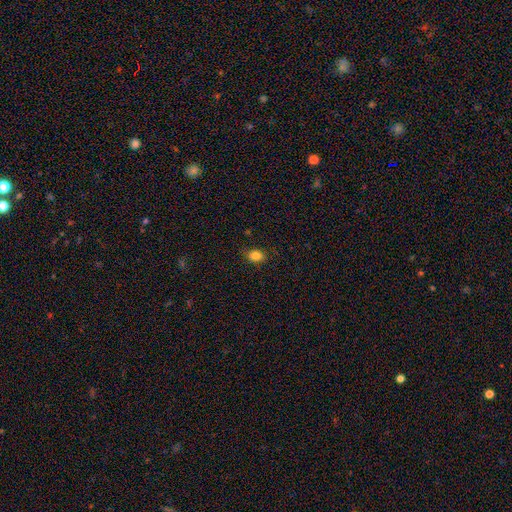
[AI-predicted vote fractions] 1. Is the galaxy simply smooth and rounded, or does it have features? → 84% smooth, 10% star or artifact, 6% featured or disk.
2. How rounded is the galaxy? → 66% in between, 33% round, 1% cigar-shaped.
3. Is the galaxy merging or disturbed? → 83% none, 13% minor disturbance, 3% major disturbance, 1% merger.